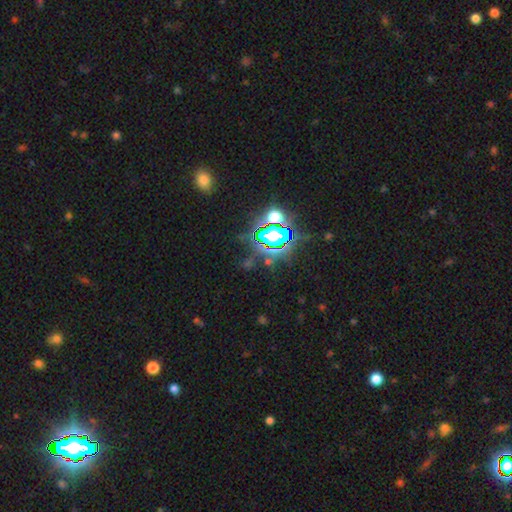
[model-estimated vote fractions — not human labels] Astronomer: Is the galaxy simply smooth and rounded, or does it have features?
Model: star or artifact — 80%.